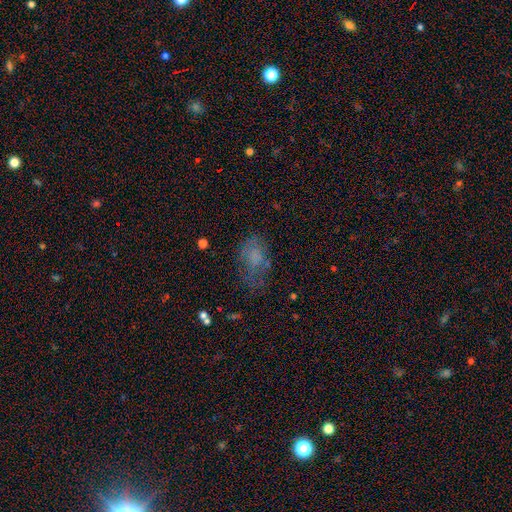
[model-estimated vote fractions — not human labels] This is possibly a smooth galaxy (58%). How rounded: clearly in between (84%). Merging: possibly none (48%).